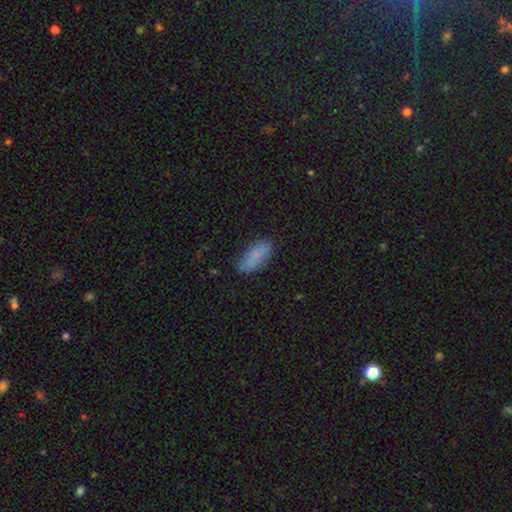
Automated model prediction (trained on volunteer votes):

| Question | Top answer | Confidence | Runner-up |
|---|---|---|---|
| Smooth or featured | smooth | 79% | featured or disk (14%) |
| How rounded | in between | 86% | cigar-shaped (11%) |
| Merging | none | 73% | minor disturbance (21%) |